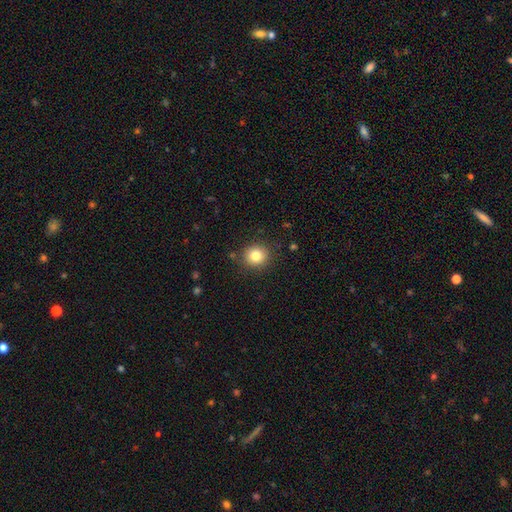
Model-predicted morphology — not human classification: smooth-or-featured: smooth: 81% | star or artifact: 12% | featured or disk: 7%
  how-rounded: round: 89% | in between: 10% | cigar-shaped: 1%
  merging: none: 87% | minor disturbance: 8% | major disturbance: 3% | merger: 2%